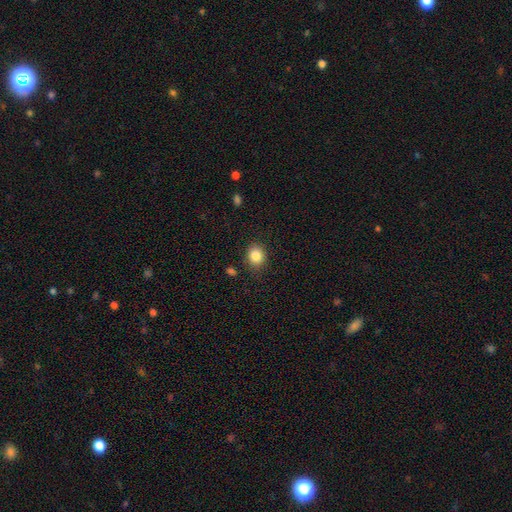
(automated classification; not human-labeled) Overall: smooth (85%). How rounded: round (64%; in between 35%). Merging: none (85%).